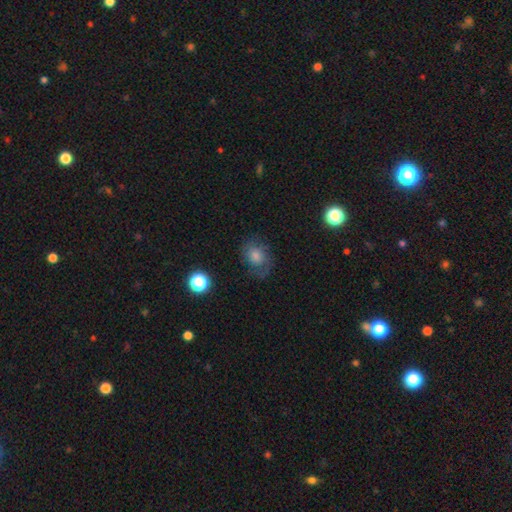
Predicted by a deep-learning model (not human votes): A smooth galaxy with no disk features (44%). Merging: none (64%).